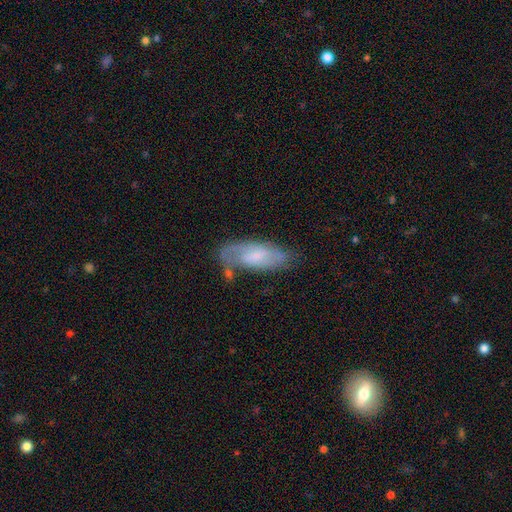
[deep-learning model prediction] Overall: featured or disk (59%; smooth 34%). Edge-on disk: no (88%). Bar: weak (46%; no 42%). Spiral arms: yes (82%). Bulge size: small (49%; moderate 29%). Merging: none (57%; minor disturbance 25%).